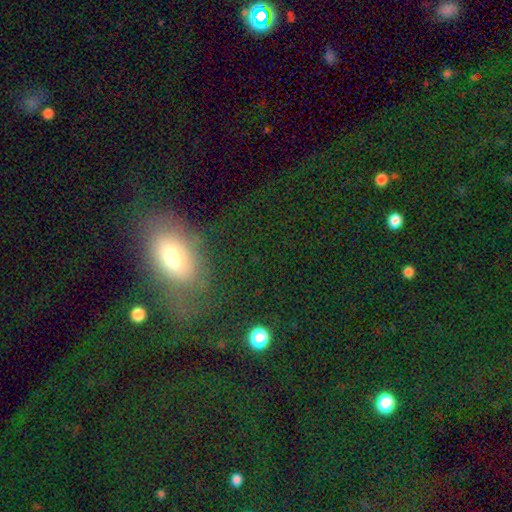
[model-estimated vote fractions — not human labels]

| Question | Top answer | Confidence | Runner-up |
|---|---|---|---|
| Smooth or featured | smooth | 49% | star or artifact (32%) |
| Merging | none | 73% | minor disturbance (14%) |